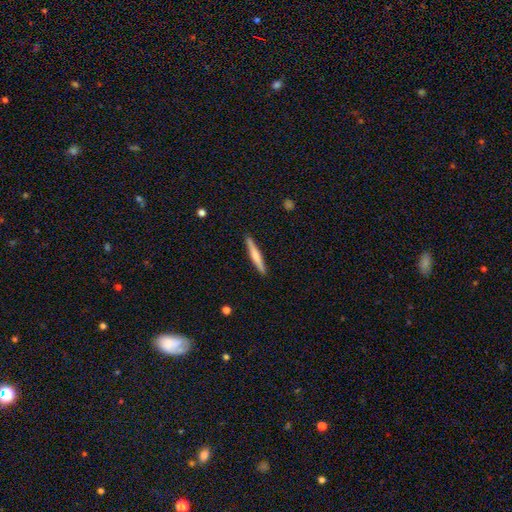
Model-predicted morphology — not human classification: Overall: smooth (56%; featured or disk 39%). How rounded: cigar-shaped (94%). Merging: none (90%).